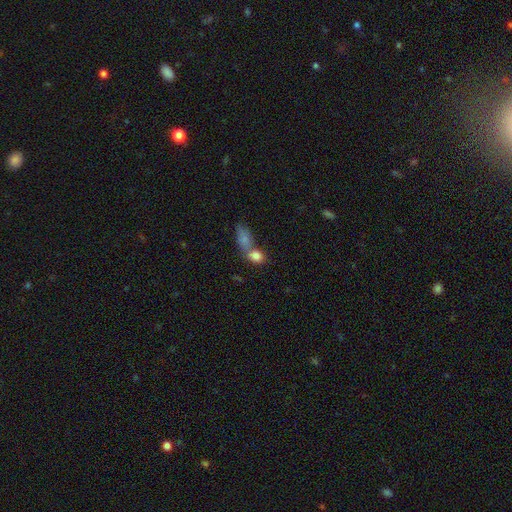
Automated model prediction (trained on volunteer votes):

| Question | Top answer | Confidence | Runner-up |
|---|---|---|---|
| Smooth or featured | smooth | 81% | featured or disk (10%) |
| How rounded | in between | 65% | round (31%) |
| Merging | merger | 52% | none (34%) |